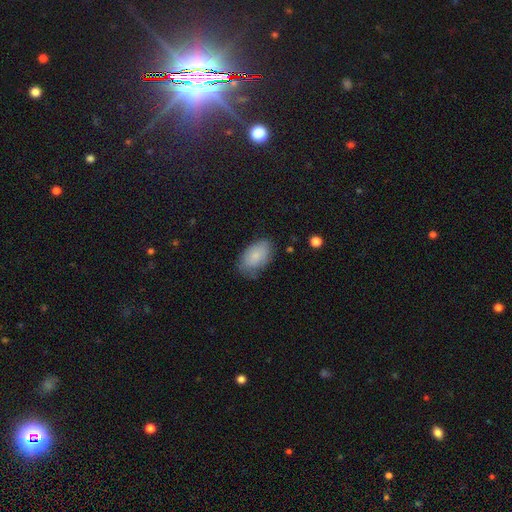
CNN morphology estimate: This is clearly a smooth galaxy (80%). How rounded: clearly in between (92%). Merging: likely none (70%).